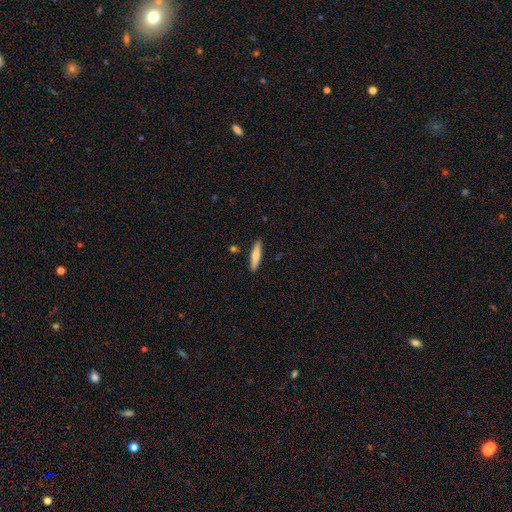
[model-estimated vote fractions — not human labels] Smooth or featured? Predicted: smooth (p=0.64). How rounded? Predicted: cigar-shaped (p=0.81). Merging? Predicted: none (p=0.89).